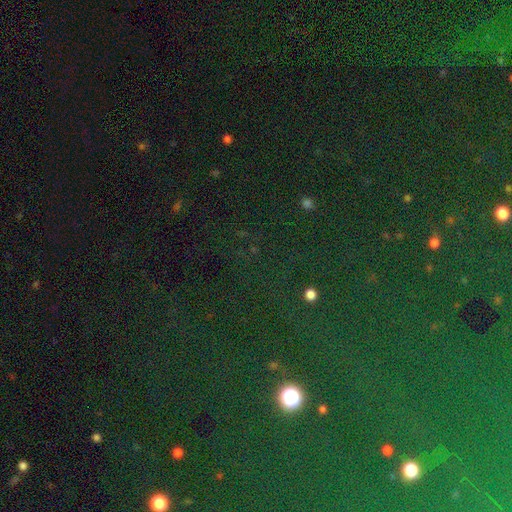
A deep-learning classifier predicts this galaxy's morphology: Smooth or featured?
  - star or artifact: 81% *
  - smooth: 11%
  - featured or disk: 9%